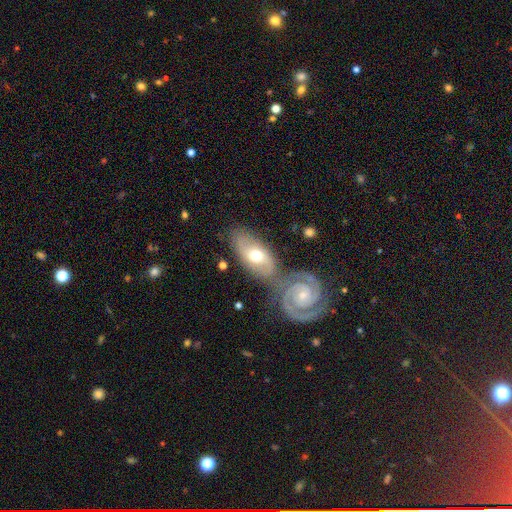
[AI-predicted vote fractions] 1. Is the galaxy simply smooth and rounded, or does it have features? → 55% featured or disk, 39% smooth, 6% star or artifact.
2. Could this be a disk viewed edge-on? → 87% no, 13% yes.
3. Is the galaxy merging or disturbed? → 47% none, 34% merger, 14% minor disturbance, 5% major disturbance.